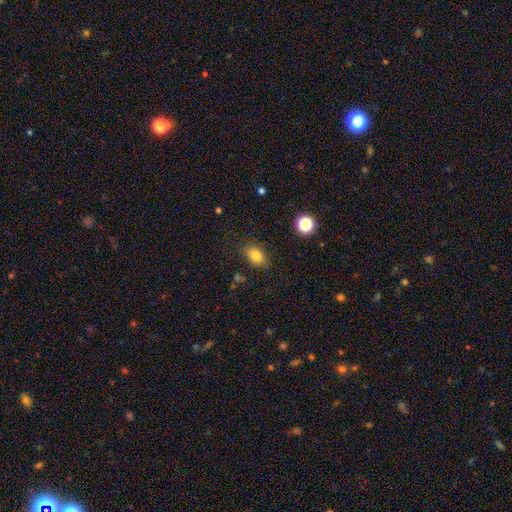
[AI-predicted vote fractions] A smooth galaxy with no disk features (81%) that is in between round and cigar-shaped (78%).

Vote fractions:
- Smooth or featured? smooth: 81% / star or artifact: 11% / featured or disk: 8%
- How rounded? in between: 78% / round: 20% / cigar-shaped: 2%
- Merging? none: 81% / minor disturbance: 13% / major disturbance: 3% / merger: 2%